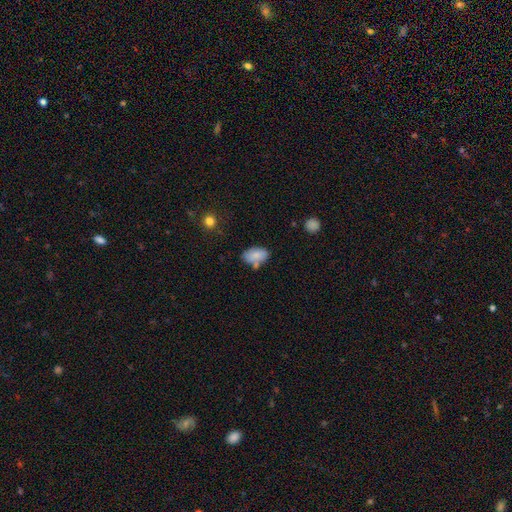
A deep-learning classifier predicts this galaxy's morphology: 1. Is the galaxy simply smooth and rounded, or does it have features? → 81% smooth, 12% featured or disk, 7% star or artifact.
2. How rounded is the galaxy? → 93% in between, 5% round, 2% cigar-shaped.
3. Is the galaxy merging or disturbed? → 57% none, 22% minor disturbance, 15% merger, 6% major disturbance.